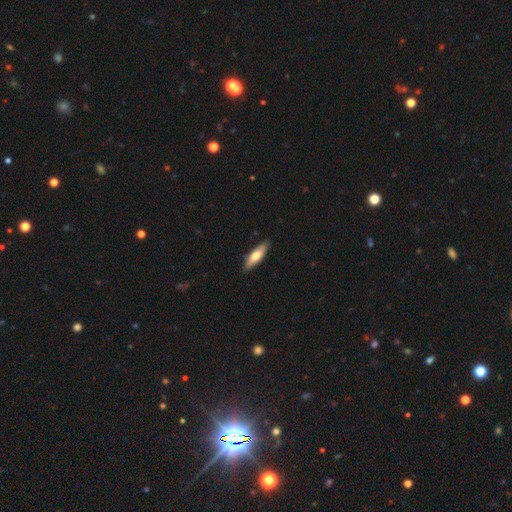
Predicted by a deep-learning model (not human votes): This appears to be a smooth galaxy with no disk features (65%) that is cigar-shaped (61%). Merging: none (87%).